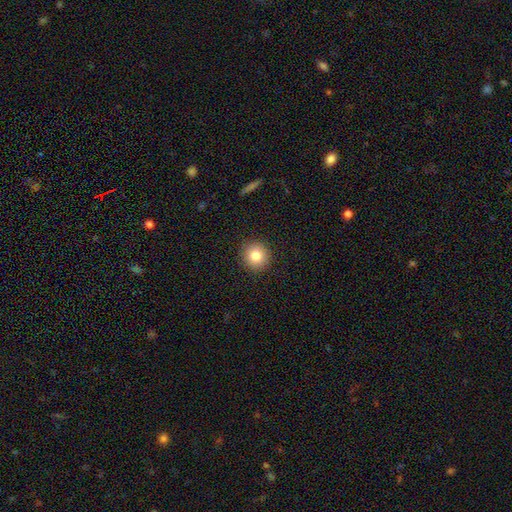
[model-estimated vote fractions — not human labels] Smooth or featured? smooth (82%)
How rounded? round (93%)
Merging? none (92%)